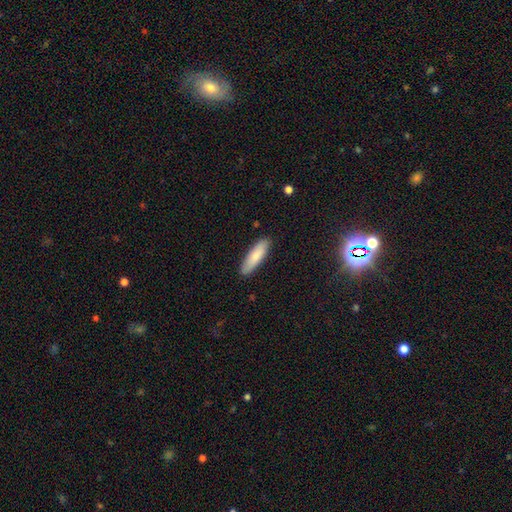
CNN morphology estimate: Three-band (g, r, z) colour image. It shows a smooth galaxy with no disk features (80%) that is cigar-shaped (60%). Merging: none (88%).